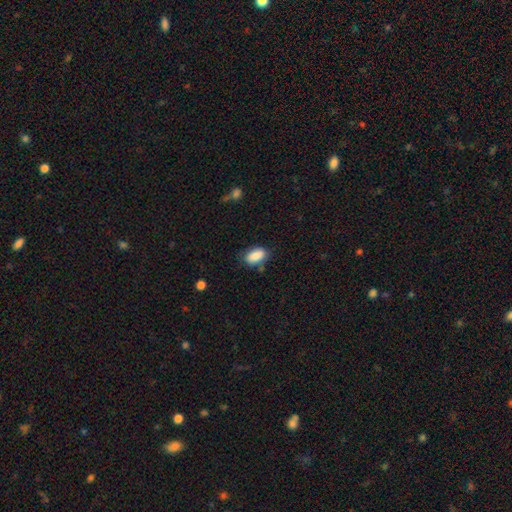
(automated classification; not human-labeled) Smooth or featured?
  - smooth: 87% *
  - star or artifact: 7%
  - featured or disk: 6%
How rounded?
  - in between: 91% *
  - round: 7%
  - cigar-shaped: 2%
Merging?
  - none: 76% *
  - minor disturbance: 17%
  - major disturbance: 4%
  - merger: 3%